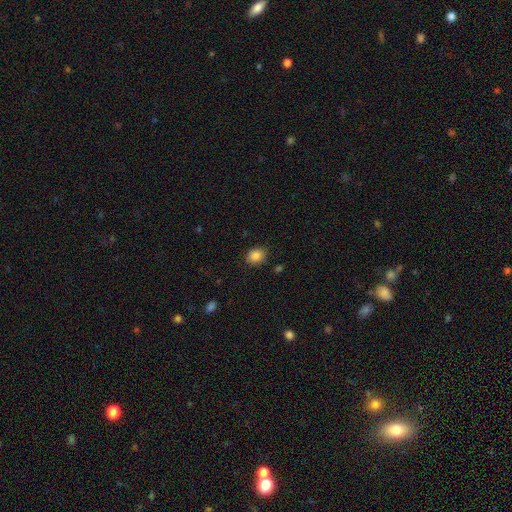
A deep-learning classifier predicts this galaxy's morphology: The model was most divided on "how rounded": round: 61%, in between: 39%, cigar-shaped: 1%. More confident: smooth or featured — smooth (85%); merging — none (85%).